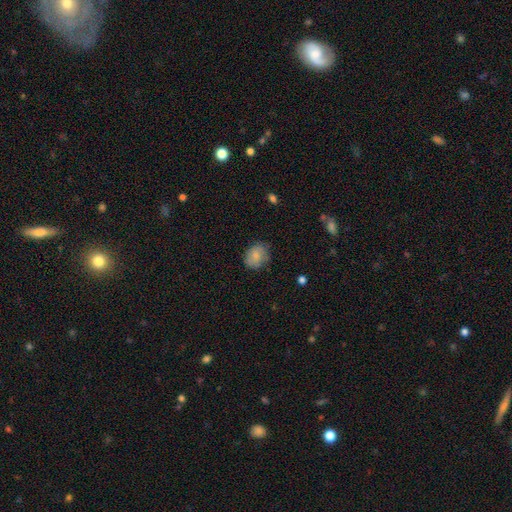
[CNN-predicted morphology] This is clearly a smooth galaxy (82%). How rounded: possibly in between (55%). Merging: likely none (72%).